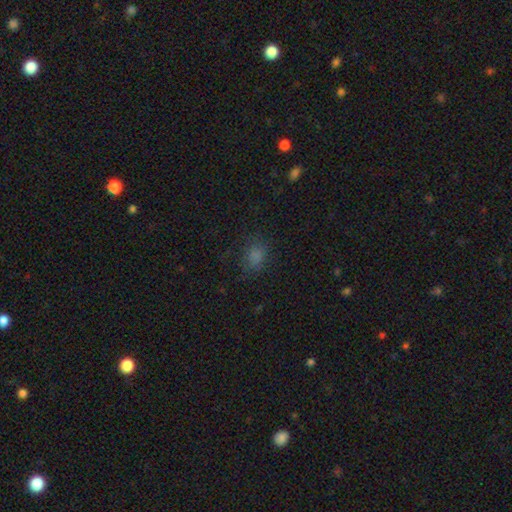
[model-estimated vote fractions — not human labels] Overall: smooth (77%). How rounded: in between (62%; round 37%). Merging: none (72%).